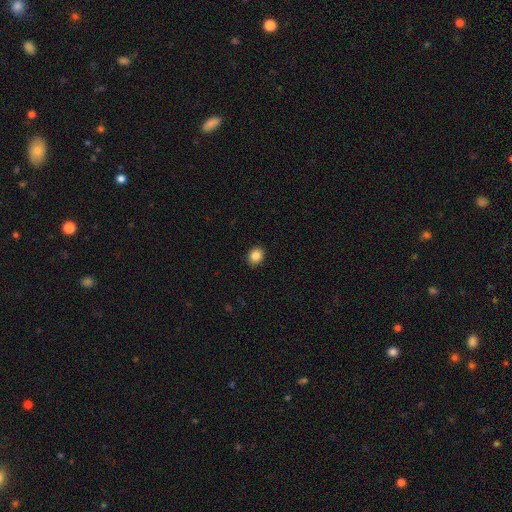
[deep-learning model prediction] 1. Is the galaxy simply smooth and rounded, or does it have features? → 86% smooth, 10% star or artifact, 4% featured or disk.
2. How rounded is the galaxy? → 62% round, 37% in between, 1% cigar-shaped.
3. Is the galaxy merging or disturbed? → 90% none, 7% minor disturbance, 2% major disturbance, 1% merger.